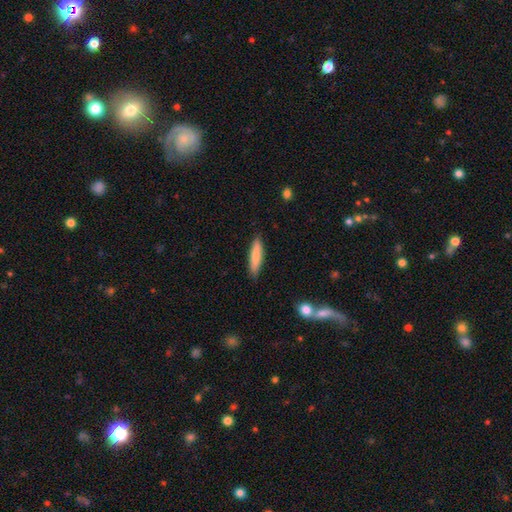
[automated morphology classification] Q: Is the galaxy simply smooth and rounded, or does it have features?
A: smooth — 82%.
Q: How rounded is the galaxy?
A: cigar-shaped — 81%.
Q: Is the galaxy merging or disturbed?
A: none — 87%.